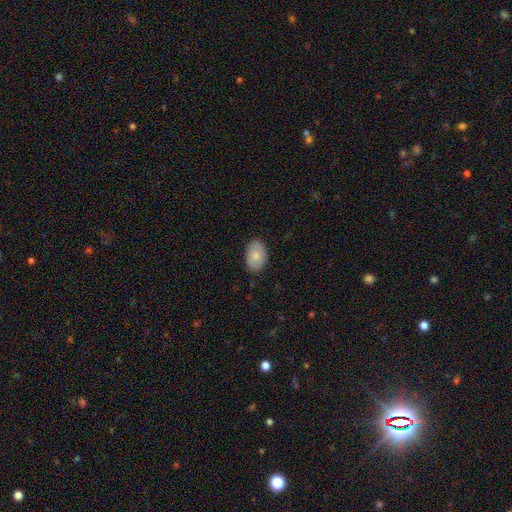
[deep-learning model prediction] smooth_or_featured: smooth (p=0.78) [alt: featured or disk p=0.16]
how_rounded: in between (p=0.88) [alt: round p=0.11]
merging: none (p=0.84) [alt: minor disturbance p=0.13]